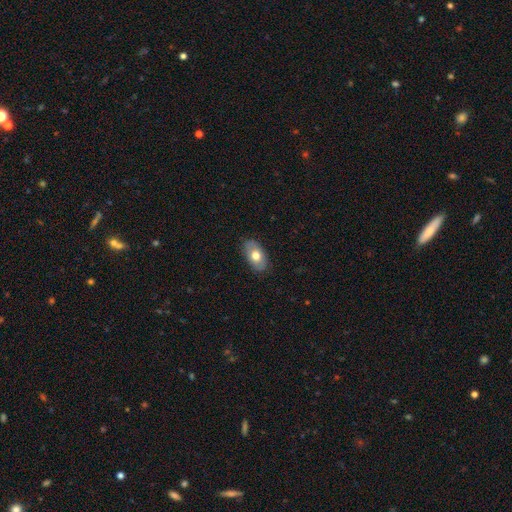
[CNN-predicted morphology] This is likely a smooth galaxy (69%). How rounded: clearly in between (92%). Merging: clearly none (84%).